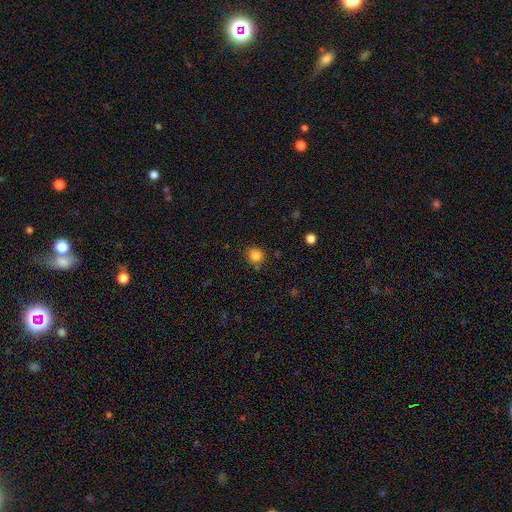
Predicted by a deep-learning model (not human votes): Morphology: type=smooth (84%); roundness=round (88%); merging=none (81%).